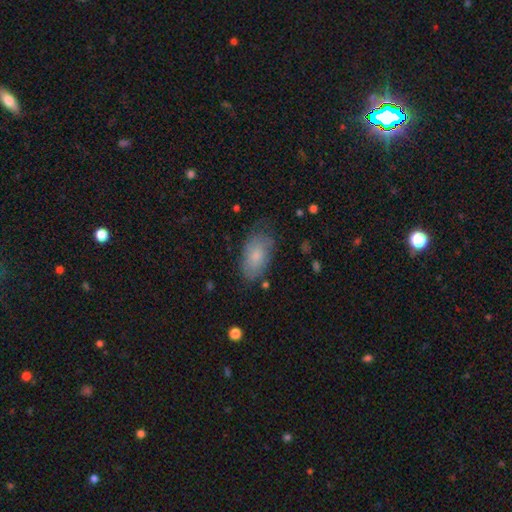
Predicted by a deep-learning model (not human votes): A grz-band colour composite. It shows a smooth galaxy with no disk features (75%) that is in between round and cigar-shaped (93%). Merging: none (67%).